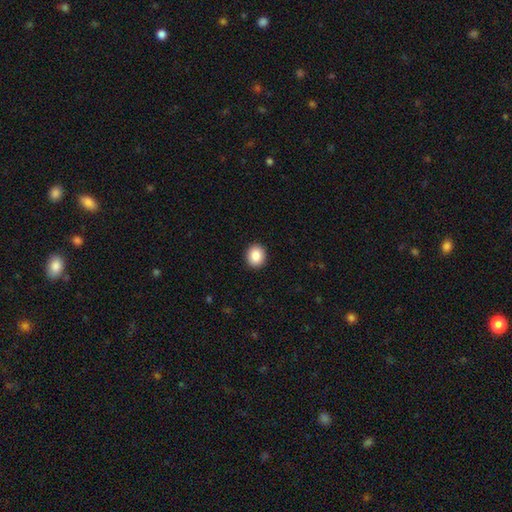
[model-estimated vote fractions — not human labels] smooth 86%, star or artifact 8%, featured or disk 5%. Down the decision tree: how rounded — round (78%); merging — none (92%).